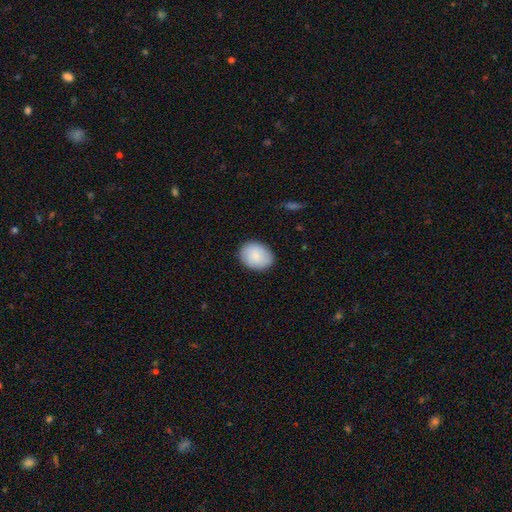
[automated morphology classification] Smooth or featured? Predicted: smooth (p=0.87). How rounded? Predicted: in between (p=0.60). Merging? Predicted: none (p=0.87).